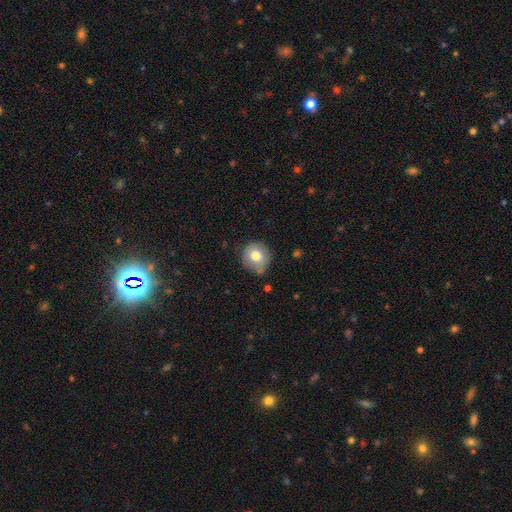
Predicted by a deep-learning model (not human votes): Smooth or featured: smooth — 75% (featured or disk — 16%)
How rounded: round — 89% (in between — 10%)
Merging: none — 70% (minor disturbance — 23%)